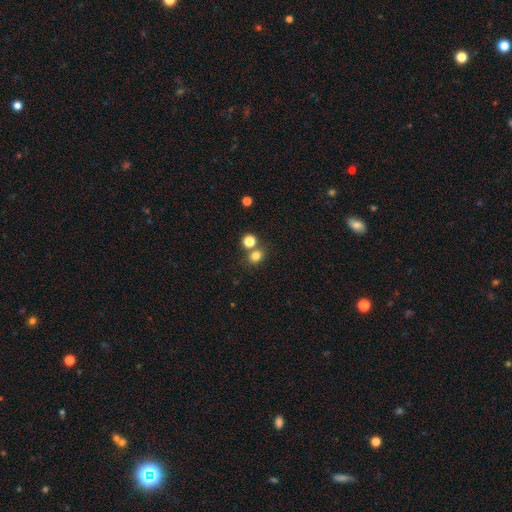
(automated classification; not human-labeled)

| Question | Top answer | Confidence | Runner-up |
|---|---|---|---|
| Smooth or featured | smooth | 78% | star or artifact (15%) |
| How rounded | round | 70% | in between (29%) |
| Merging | none | 65% | merger (23%) |